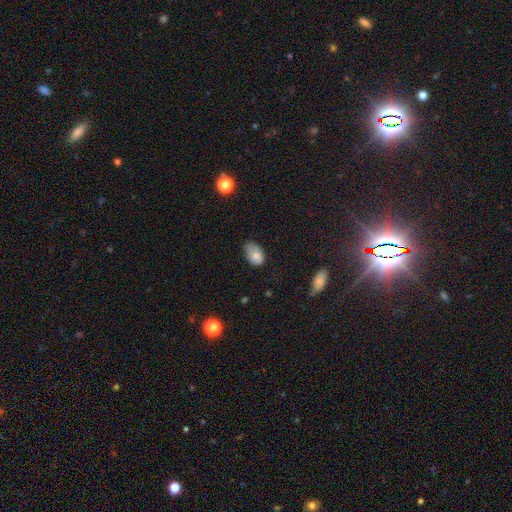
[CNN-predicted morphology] Q: Smooth or featured?
A: smooth (77%); runner-up: featured or disk (13%)
Q: How rounded?
A: in between (87%); runner-up: round (12%)
Q: Merging?
A: minor disturbance (44%); runner-up: none (37%)